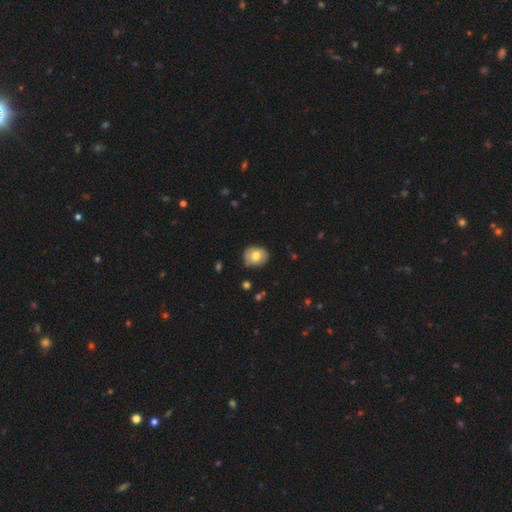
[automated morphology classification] The model was most divided on "how rounded": round: 59%, in between: 40%, cigar-shaped: 1%. More confident: merging — none (78%); smooth or featured — smooth (72%).